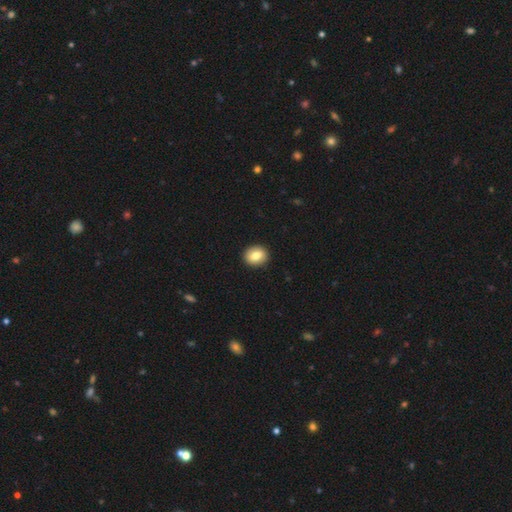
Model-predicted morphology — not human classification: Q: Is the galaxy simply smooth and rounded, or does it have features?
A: smooth — 81%.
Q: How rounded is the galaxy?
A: round — 66%.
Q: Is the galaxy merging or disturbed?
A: none — 92%.